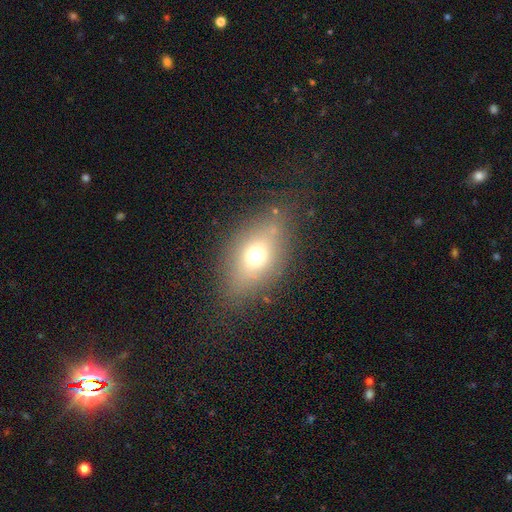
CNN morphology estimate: smooth-or-featured: smooth: 63% | featured or disk: 20% | star or artifact: 17%
  how-rounded: in between: 72% | round: 23% | cigar-shaped: 5%
  merging: none: 78% | minor disturbance: 13% | major disturbance: 7% | merger: 2%